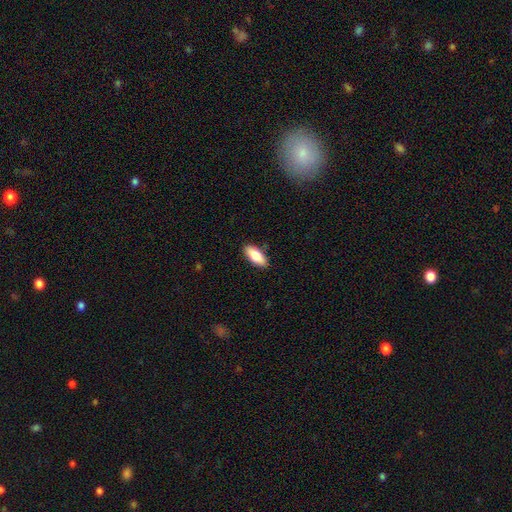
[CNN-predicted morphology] A smooth galaxy with no disk features (83%) that is in between round and cigar-shaped (85%).

Vote fractions:
- Smooth or featured? smooth: 83% / featured or disk: 11% / star or artifact: 6%
- How rounded? in between: 85% / cigar-shaped: 13% / round: 2%
- Merging? none: 88% / minor disturbance: 9% / major disturbance: 2% / merger: 1%